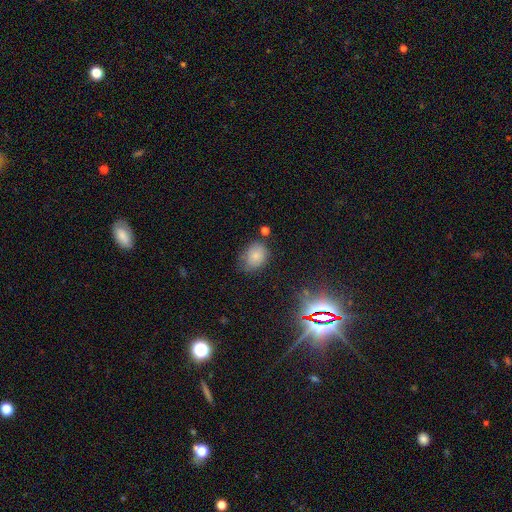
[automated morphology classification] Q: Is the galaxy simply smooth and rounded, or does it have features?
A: smooth — 79%.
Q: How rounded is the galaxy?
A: in between — 66%.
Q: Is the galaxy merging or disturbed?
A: none — 62%.